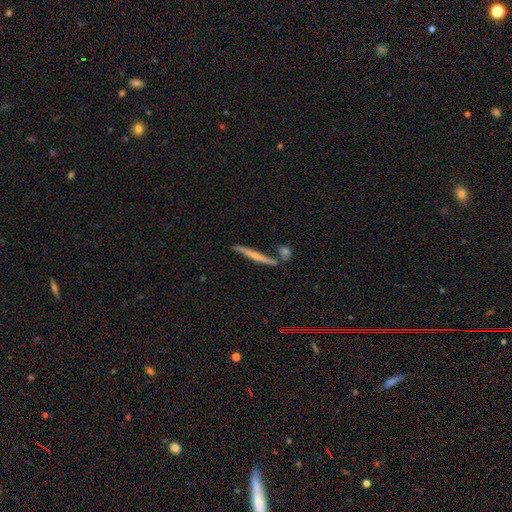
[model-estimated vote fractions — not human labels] Smooth or featured? featured or disk (57%)
Edge-on disk? yes (94%)
Edge-on bulge? rounded (48%)
Merging? none (73%)